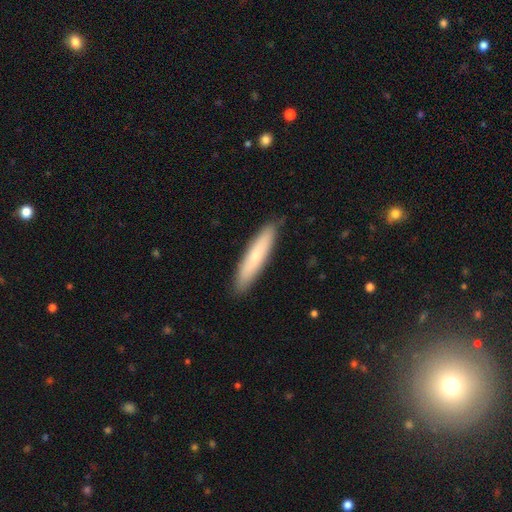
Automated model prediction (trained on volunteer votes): This is likely a smooth galaxy (70%). How rounded: clearly cigar-shaped (87%). Merging: clearly none (89%).